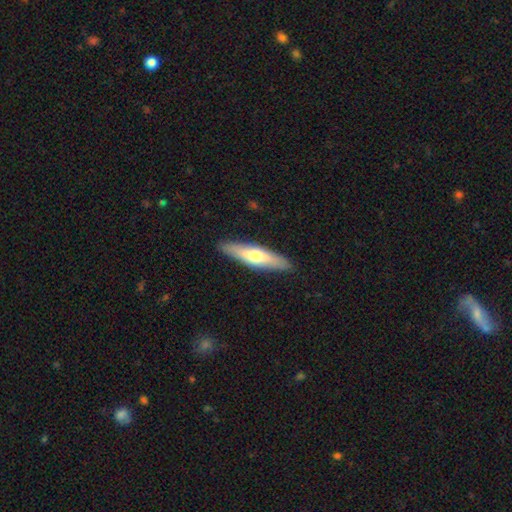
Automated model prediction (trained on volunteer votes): This is possibly a smooth galaxy (53%). How rounded: likely cigar-shaped (71%). Merging: clearly none (89%).